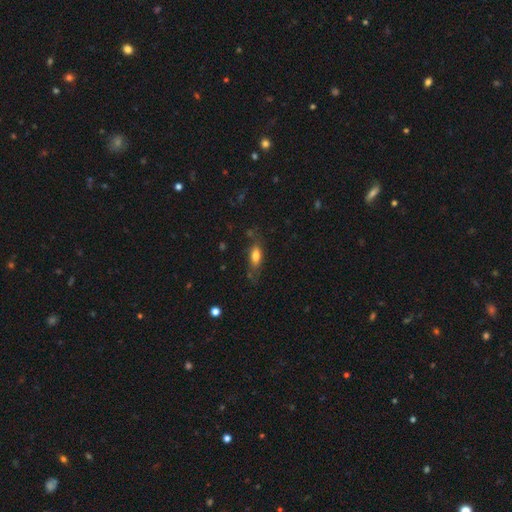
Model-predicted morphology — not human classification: Overall: smooth (72%). How rounded: in between (72%). Merging: none (63%; minor disturbance 24%).